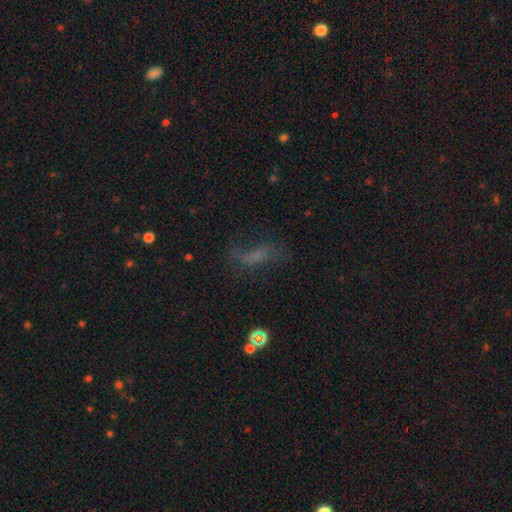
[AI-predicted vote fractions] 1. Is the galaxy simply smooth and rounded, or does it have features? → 43% smooth, 33% featured or disk, 24% star or artifact.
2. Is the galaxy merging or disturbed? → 55% none, 21% major disturbance, 21% minor disturbance, 3% merger.